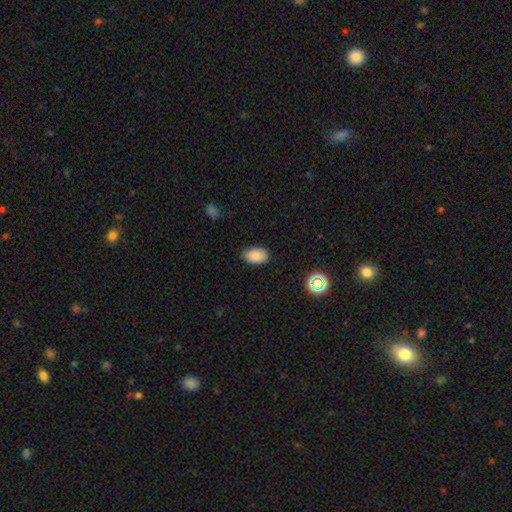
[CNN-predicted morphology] This is clearly a smooth galaxy (86%). How rounded: clearly in between (90%). Merging: clearly none (85%).